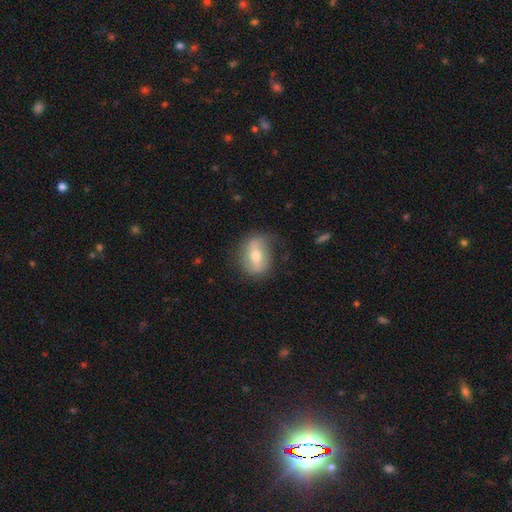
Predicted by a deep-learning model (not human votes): Q: Smooth or featured?
A: featured or disk (53%); runner-up: smooth (39%)
Q: Edge-on disk?
A: no (84%); runner-up: yes (16%)
Q: Merging?
A: none (72%); runner-up: minor disturbance (20%)